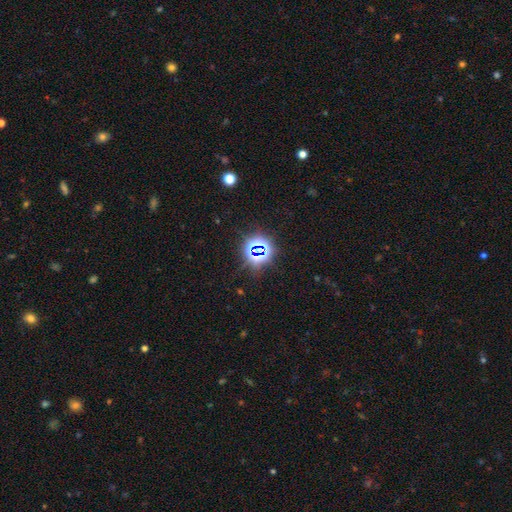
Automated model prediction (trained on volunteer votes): Smooth or featured? star or artifact (77%)